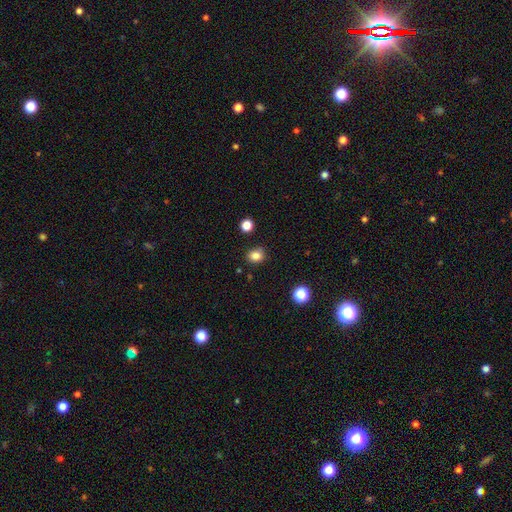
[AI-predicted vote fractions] Smooth or featured?
  - smooth: 82% *
  - star or artifact: 12%
  - featured or disk: 5%
How rounded?
  - round: 65% *
  - in between: 34%
  - cigar-shaped: 1%
Merging?
  - none: 80% *
  - minor disturbance: 13%
  - merger: 4%
  - major disturbance: 3%